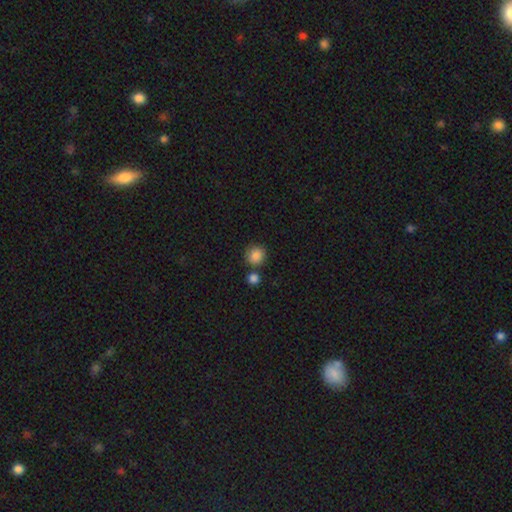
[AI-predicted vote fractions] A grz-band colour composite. It shows a smooth galaxy with no disk features (87%) that is round (89%). Merging: none (72%).